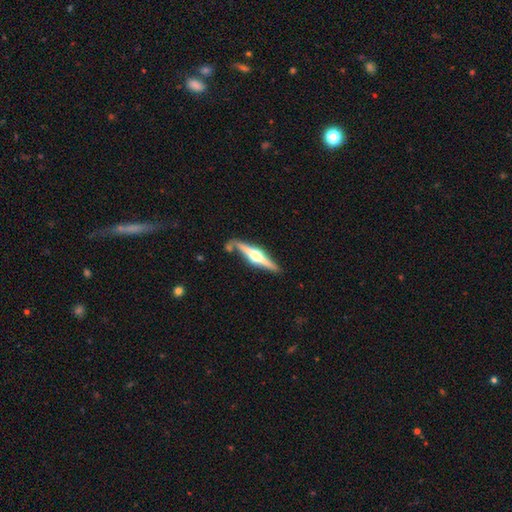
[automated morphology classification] This is likely a featured or disk galaxy (80%). It is clearly viewed edge-on (98%). Edge-on bulge: clearly rounded (96%). Merging: likely none (79%).